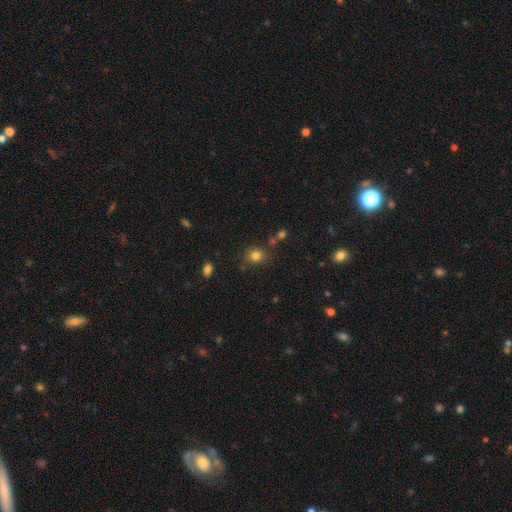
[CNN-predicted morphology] smooth 80%, star or artifact 13%, featured or disk 6%. Down the decision tree: how rounded — round (72%); merging — none (77%).